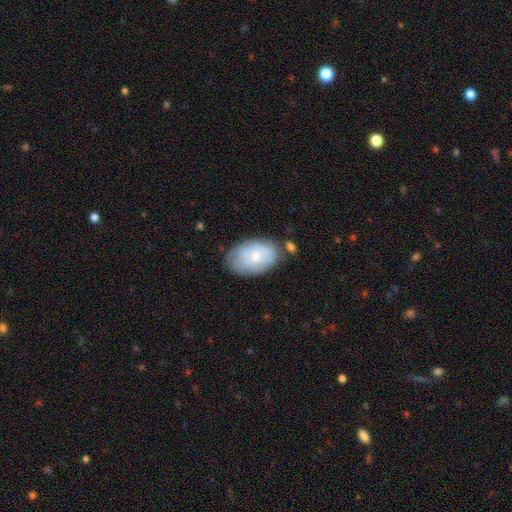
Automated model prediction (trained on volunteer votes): Smooth or featured? Predicted: smooth (p=0.58). How rounded? Predicted: in between (p=0.91). Merging? Predicted: none (p=0.64).